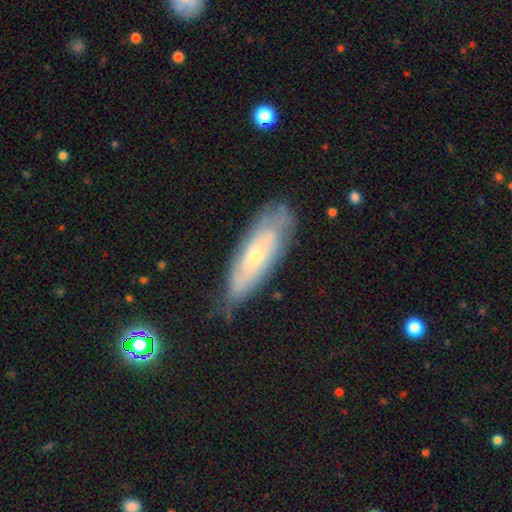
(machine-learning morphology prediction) Overall: featured or disk (58%; smooth 35%). Edge-on disk: no (74%). Merging: none (69%).